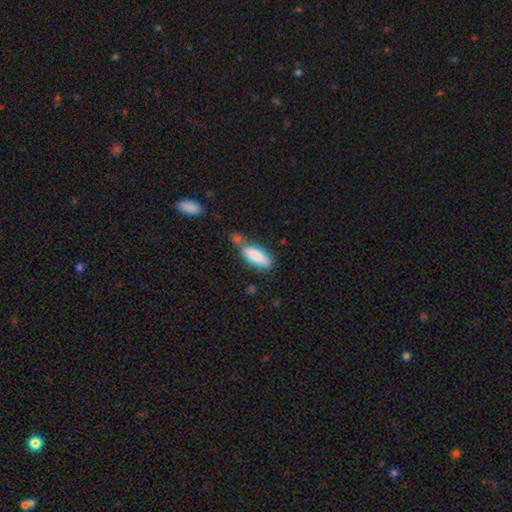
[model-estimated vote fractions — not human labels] Overall: smooth (82%). How rounded: in between (54%; cigar-shaped 44%). Merging: none (41%; merger 25%).